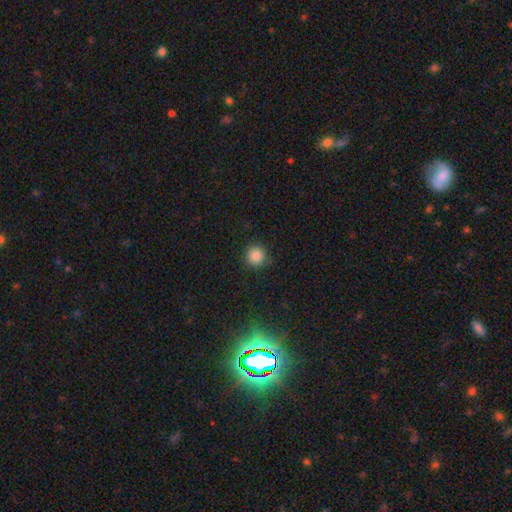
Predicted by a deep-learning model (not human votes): This is clearly a smooth galaxy (85%). How rounded: clearly round (94%). Merging: clearly none (86%).